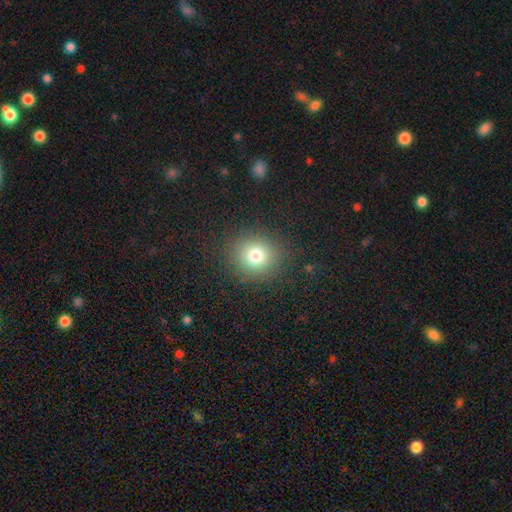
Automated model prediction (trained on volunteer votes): Smooth or featured? Predicted: smooth (p=0.77). How rounded? Predicted: round (p=0.83). Merging? Predicted: none (p=0.87).